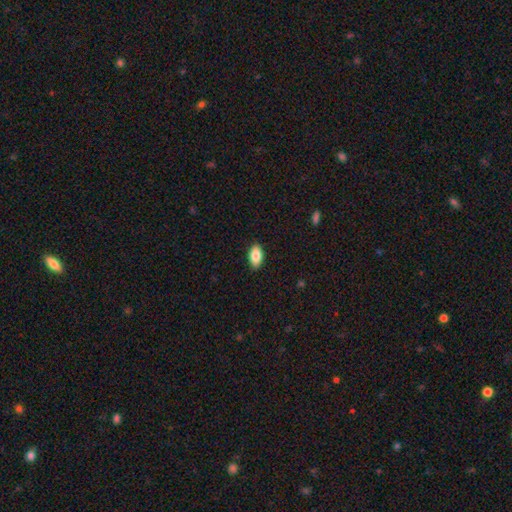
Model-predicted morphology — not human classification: smooth_or_featured: smooth (p=0.85) [alt: featured or disk p=0.08]
how_rounded: in between (p=0.93) [alt: round p=0.04]
merging: none (p=0.89) [alt: minor disturbance p=0.08]